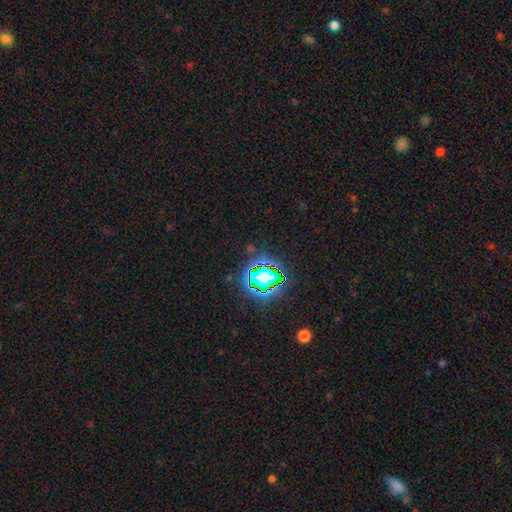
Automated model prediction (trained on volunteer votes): Morphology: type=star or artifact (81%).